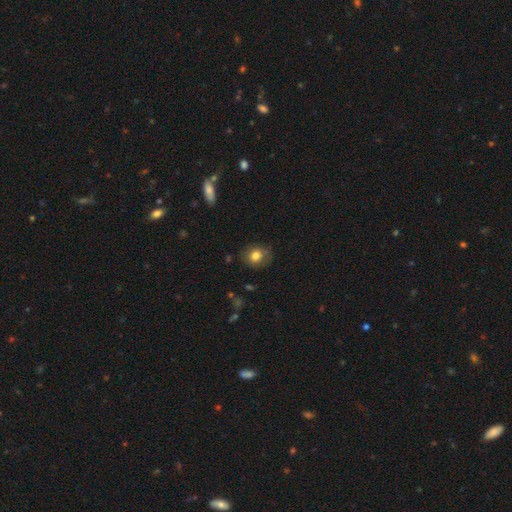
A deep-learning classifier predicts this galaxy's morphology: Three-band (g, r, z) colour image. It shows a smooth galaxy with no disk features (80%) that is round (69%). Merging: none (78%).